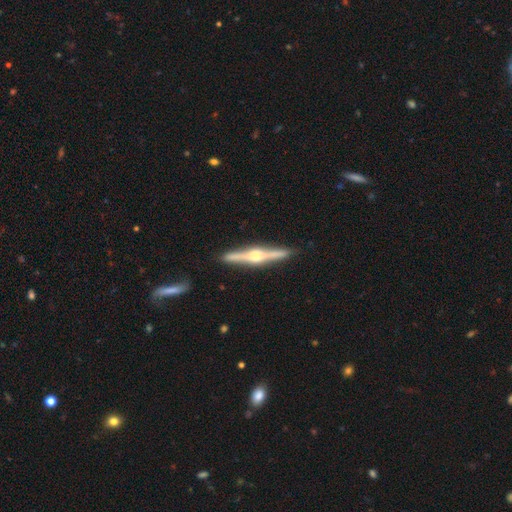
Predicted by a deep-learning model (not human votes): smooth-or-featured: featured or disk: 84% | smooth: 11% | star or artifact: 5%
  disk-edge-on: yes: 98% | no: 2%
    edge-on-bulge: rounded: 89% | boxy: 8% | none: 3%
  merging: none: 90% | minor disturbance: 7% | merger: 2% | major disturbance: 2%